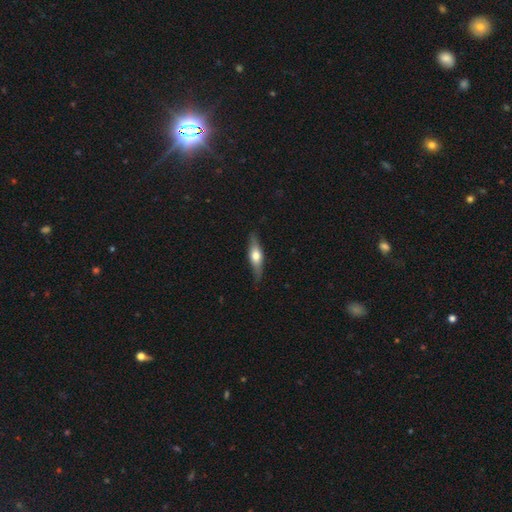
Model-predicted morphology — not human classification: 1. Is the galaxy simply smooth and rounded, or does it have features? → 51% featured or disk, 43% smooth, 6% star or artifact.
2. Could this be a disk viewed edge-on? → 89% yes, 11% no.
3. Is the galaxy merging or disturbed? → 83% none, 14% minor disturbance, 3% major disturbance, 1% merger.